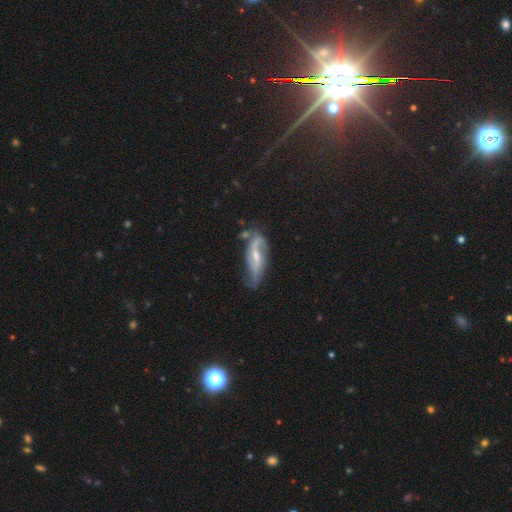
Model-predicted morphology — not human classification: Smooth or featured?
  - featured or disk: 78% *
  - smooth: 15%
  - star or artifact: 7%
Edge-on disk?
  - no: 87% *
  - yes: 13%
Bar?
  - weak: 44% *
  - no: 32%
  - strong: 25%
Spiral arms?
  - yes: 92% *
  - no: 8%
Spiral winding?
  - loose: 57% *
  - medium: 31%
  - tight: 12%
Spiral arm count?
  - 2: 82% *
  - can't tell: 8%
  - 1: 6%
  - 3: 2%
  - 4: 1%
  - more than 4: 1%
Bulge size?
  - small: 55% *
  - moderate: 37%
  - none: 5%
  - large: 2%
  - dominant: 1%
Merging?
  - none: 51% *
  - minor disturbance: 28%
  - major disturbance: 14%
  - merger: 7%